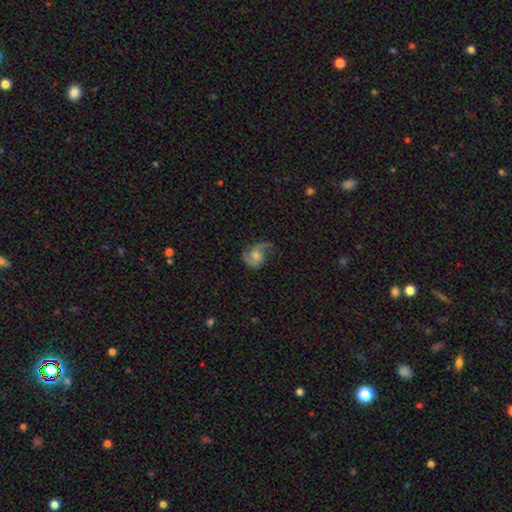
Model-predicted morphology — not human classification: featured or disk 81%, smooth 12%, star or artifact 8%. Down the decision tree: edge-on disk — no (98%); bar — no (67%); spiral arms — yes (96%); spiral arm count — 2 (82%); spiral winding — medium (47%); bulge size — moderate (52%); merging — none (62%).